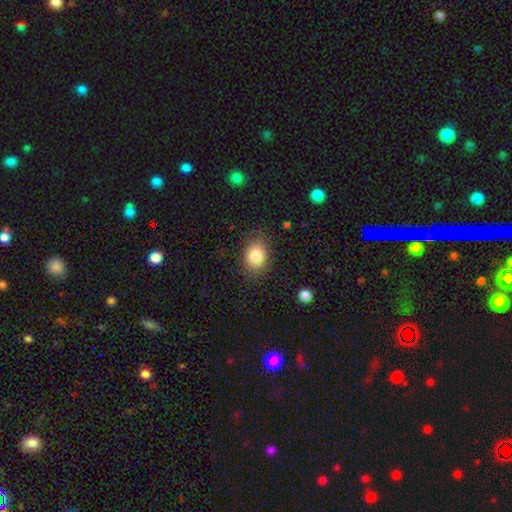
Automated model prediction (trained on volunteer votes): Morphology: type=smooth (84%); roundness=in between (65%); merging=none (79%).